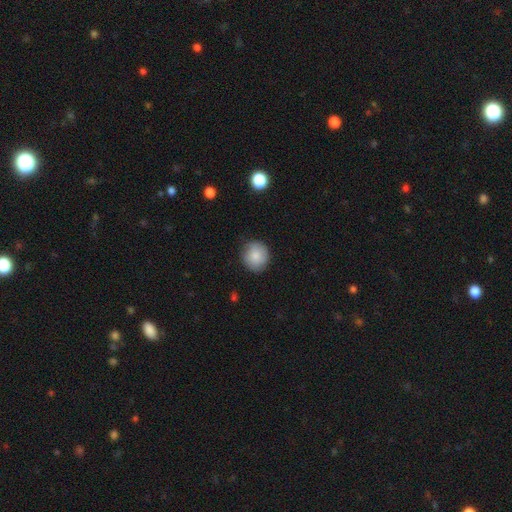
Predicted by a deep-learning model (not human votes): Smooth or featured? smooth (83%)
How rounded? round (88%)
Merging? none (84%)